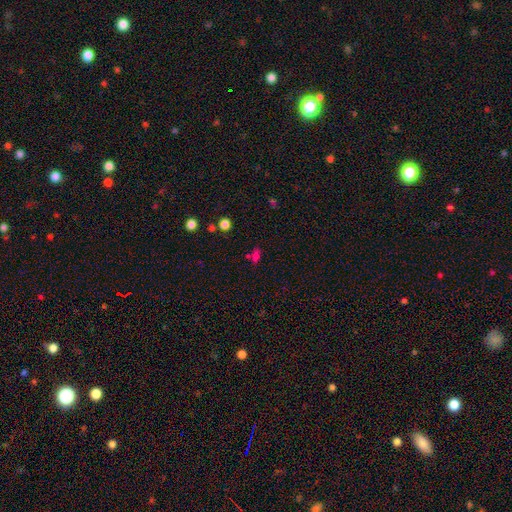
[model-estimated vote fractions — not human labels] Smooth or featured?
  - smooth: 59% *
  - star or artifact: 31%
  - featured or disk: 10%
How rounded?
  - in between: 66% *
  - round: 20%
  - cigar-shaped: 14%
Merging?
  - none: 66% *
  - minor disturbance: 14%
  - merger: 14%
  - major disturbance: 6%